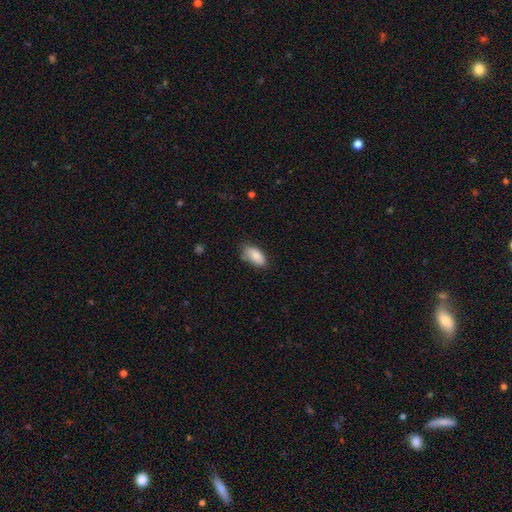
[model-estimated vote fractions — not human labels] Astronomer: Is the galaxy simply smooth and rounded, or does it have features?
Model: smooth — 84%.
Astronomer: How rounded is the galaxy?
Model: in between — 92%.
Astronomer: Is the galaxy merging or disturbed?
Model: none — 69%.